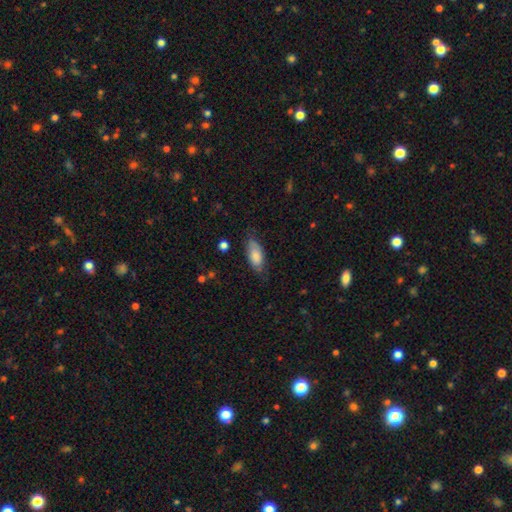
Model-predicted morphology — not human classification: Smooth or featured? Predicted: smooth (p=0.79). How rounded? Predicted: in between (p=0.85). Merging? Predicted: none (p=0.65).